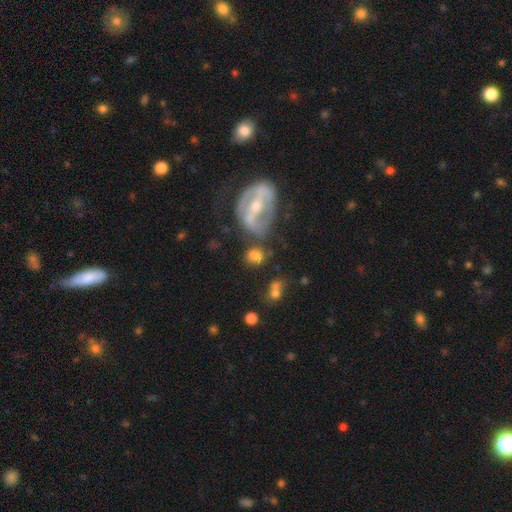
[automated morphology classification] Smooth or featured?
  - smooth: 46% *
  - featured or disk: 44%
  - star or artifact: 10%
Merging?
  - none: 59% *
  - minor disturbance: 17%
  - merger: 13%
  - major disturbance: 10%